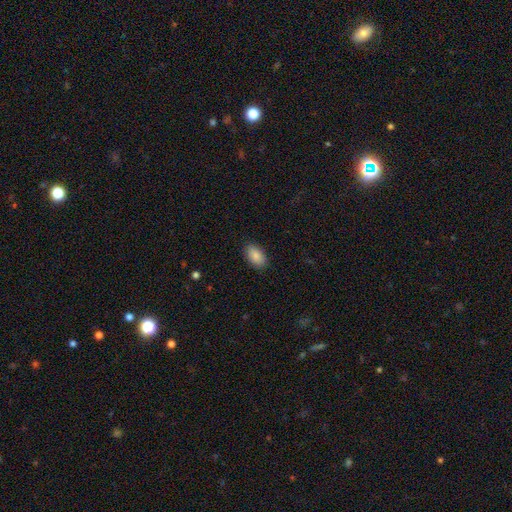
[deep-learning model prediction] This is clearly a smooth galaxy (88%). How rounded: clearly in between (93%). Merging: clearly none (88%).